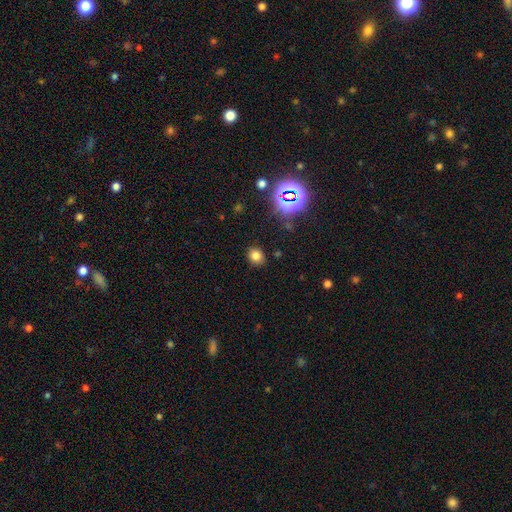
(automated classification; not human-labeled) A smooth galaxy with no disk features (76%) that is round (64%).

Vote fractions:
- Smooth or featured? smooth: 76% / star or artifact: 18% / featured or disk: 6%
- How rounded? round: 64% / in between: 35% / cigar-shaped: 1%
- Merging? none: 86% / minor disturbance: 9% / major disturbance: 3% / merger: 2%